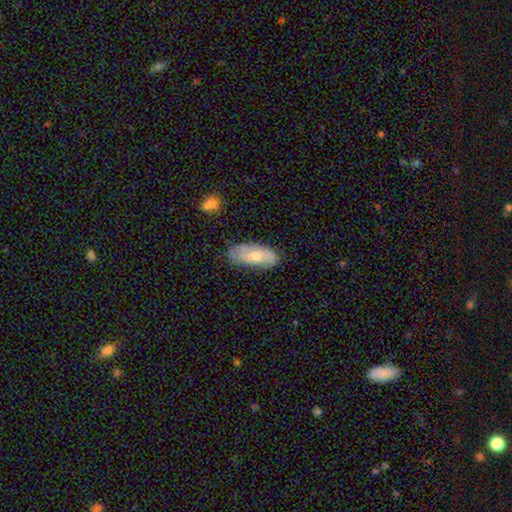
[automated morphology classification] smooth-or-featured: smooth: 59% | featured or disk: 35% | star or artifact: 6%
  how-rounded: in between: 85% | cigar-shaped: 12% | round: 3%
  merging: none: 68% | minor disturbance: 24% | major disturbance: 6% | merger: 2%